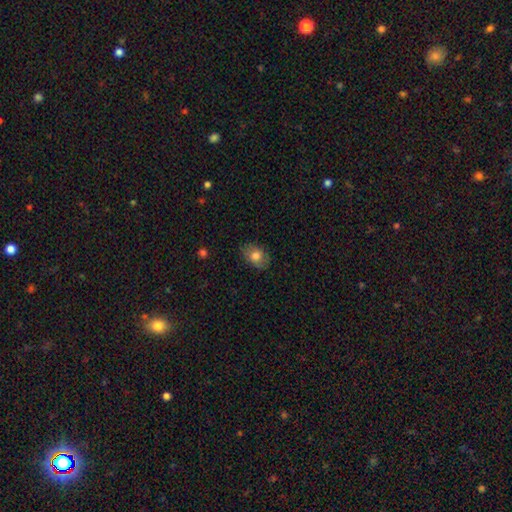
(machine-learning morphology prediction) smooth_or_featured: smooth (p=0.76) [alt: featured or disk p=0.15]
how_rounded: in between (p=0.77) [alt: round p=0.22]
merging: none (p=0.79) [alt: minor disturbance p=0.16]